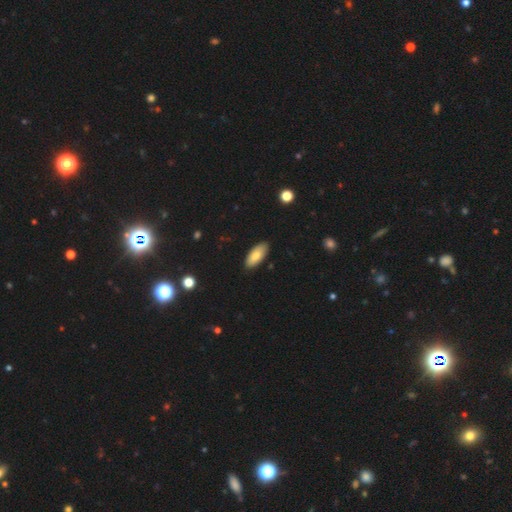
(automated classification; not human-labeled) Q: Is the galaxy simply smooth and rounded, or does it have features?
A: smooth — 80%.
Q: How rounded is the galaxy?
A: in between — 87%.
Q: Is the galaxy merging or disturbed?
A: none — 87%.